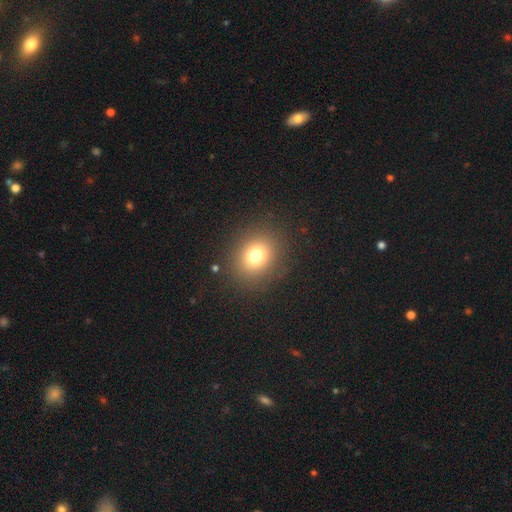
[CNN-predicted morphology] The model was most divided on "how rounded": round: 70%, in between: 29%, cigar-shaped: 1%. More confident: merging — none (87%); smooth or featured — smooth (74%).